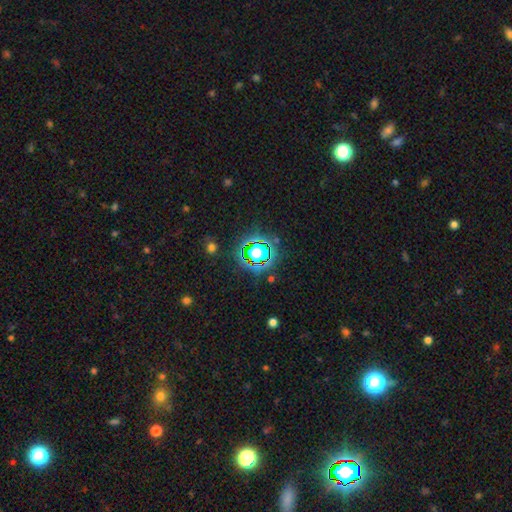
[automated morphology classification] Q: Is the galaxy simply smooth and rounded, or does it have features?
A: star or artifact — 65%.